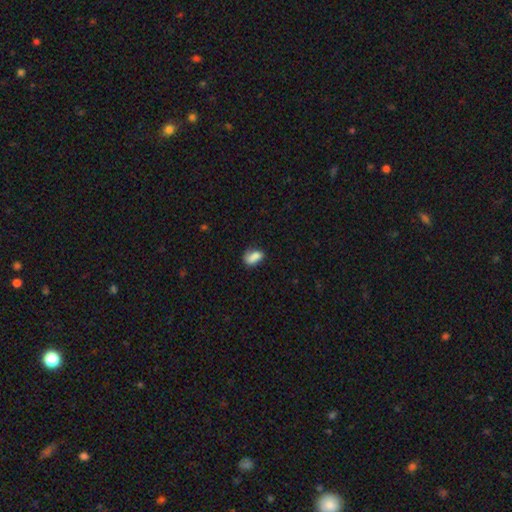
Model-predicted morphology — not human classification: Smooth or featured? smooth (79%)
How rounded? in between (85%)
Merging? none (55%)